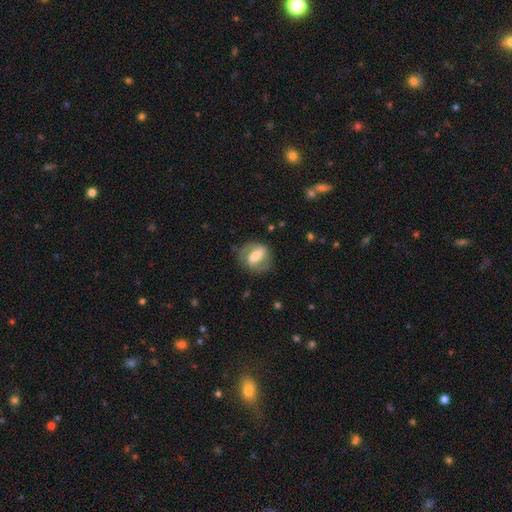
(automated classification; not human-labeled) This is likely a featured or disk galaxy (66%). It is clearly not viewed edge-on (95%). Bar: possibly strong (52%). Spiral arm pattern: likely yes (80%). Central bulge: marginally moderate (39%). Merging: likely none (70%).